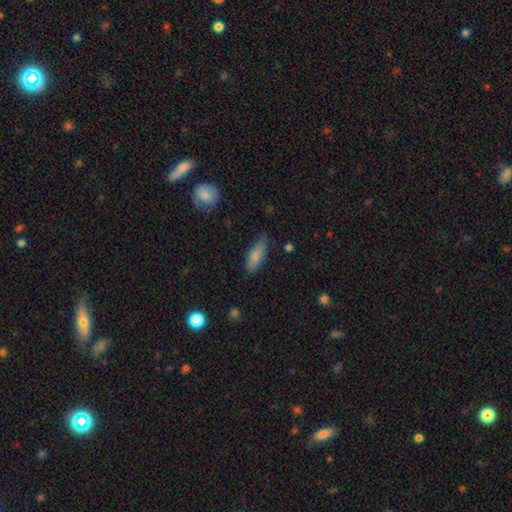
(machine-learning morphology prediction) Smooth or featured? smooth (79%)
How rounded? in between (67%)
Merging? none (67%)